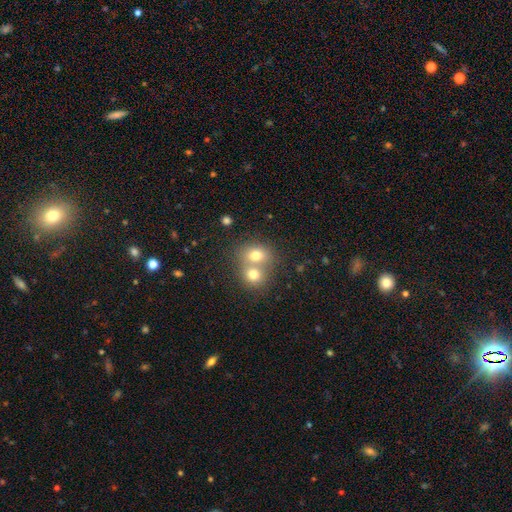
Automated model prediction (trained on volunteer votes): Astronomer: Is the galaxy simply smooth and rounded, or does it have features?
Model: smooth — 73%.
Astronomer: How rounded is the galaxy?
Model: round — 66%.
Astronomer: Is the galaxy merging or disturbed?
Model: merger — 60%.